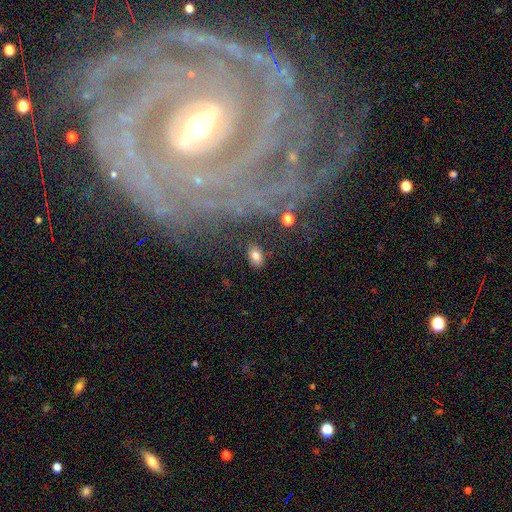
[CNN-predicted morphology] Smooth or featured? Predicted: smooth (p=0.78). How rounded? Predicted: in between (p=0.83). Merging? Predicted: none (p=0.83).